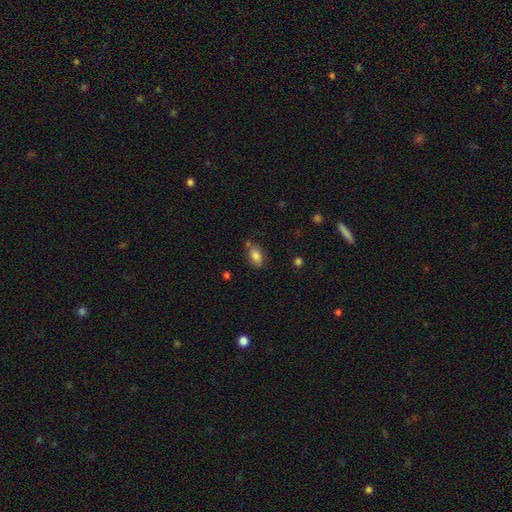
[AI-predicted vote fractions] Q: Smooth or featured?
A: smooth (84%); runner-up: star or artifact (9%)
Q: How rounded?
A: in between (88%); runner-up: round (8%)
Q: Merging?
A: none (69%); runner-up: minor disturbance (18%)